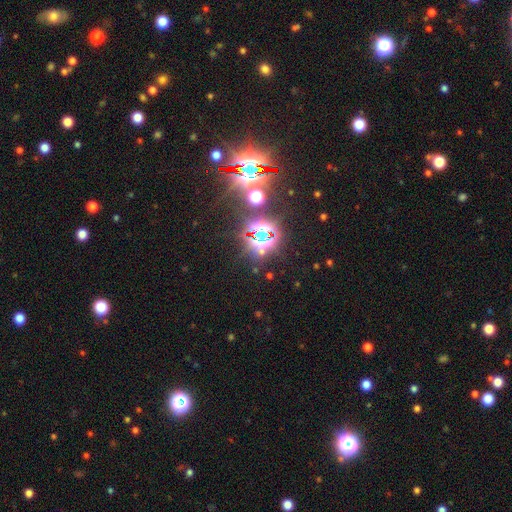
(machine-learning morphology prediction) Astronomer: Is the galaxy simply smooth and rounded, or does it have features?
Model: star or artifact — 81%.